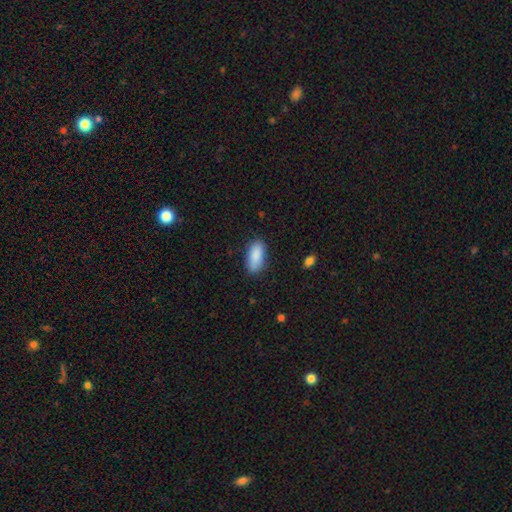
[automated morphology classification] Smooth or featured? smooth (89%)
How rounded? in between (87%)
Merging? none (83%)